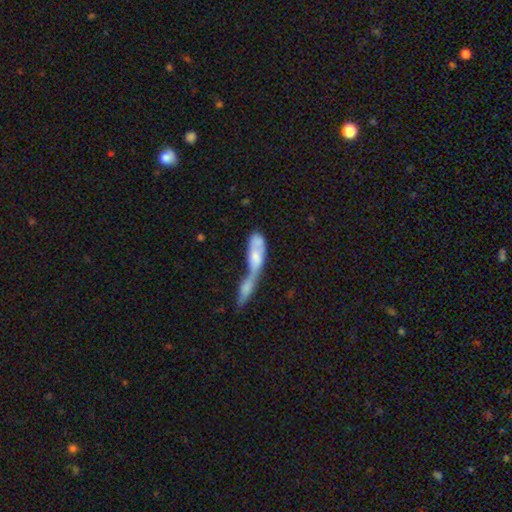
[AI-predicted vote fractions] Morphology: type=smooth (54%); roundness=in between (56%); merging=merger (78%).